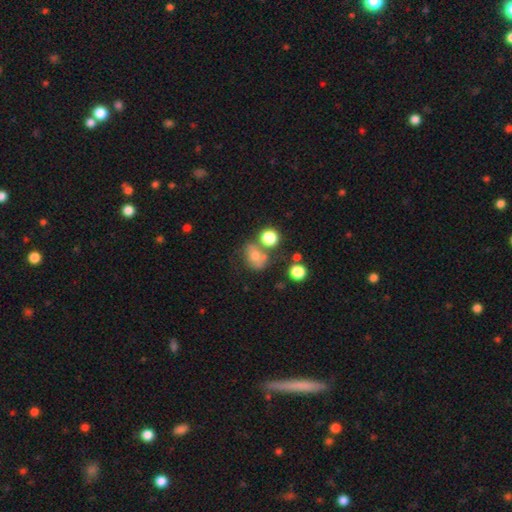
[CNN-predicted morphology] Smooth or featured? smooth (64%)
How rounded? round (53%)
Merging? none (47%)